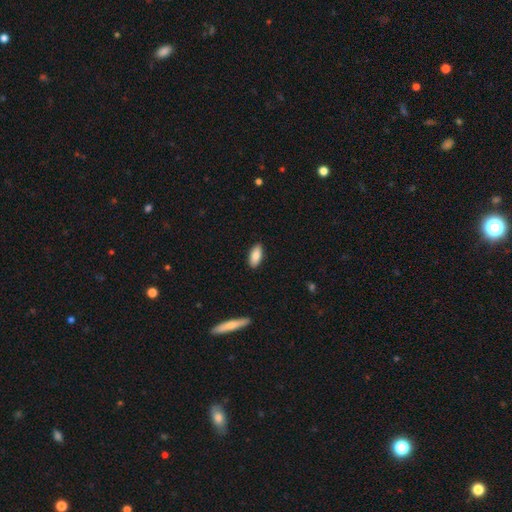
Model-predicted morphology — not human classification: Q: Smooth or featured?
A: smooth (86%); runner-up: featured or disk (8%)
Q: How rounded?
A: in between (86%); runner-up: cigar-shaped (12%)
Q: Merging?
A: none (89%); runner-up: minor disturbance (8%)